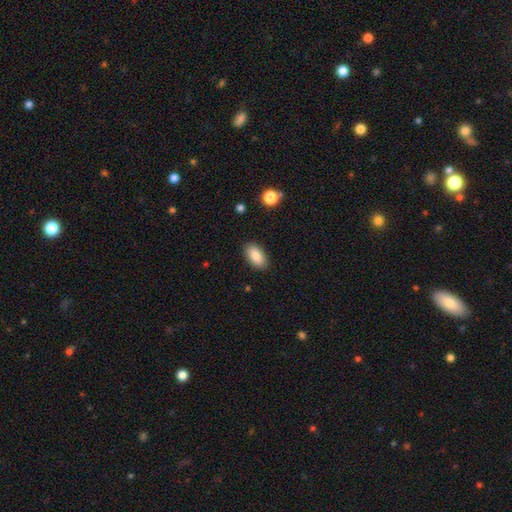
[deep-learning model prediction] smooth 84%, featured or disk 9%, star or artifact 7%. Down the decision tree: how rounded — in between (93%); merging — none (88%).